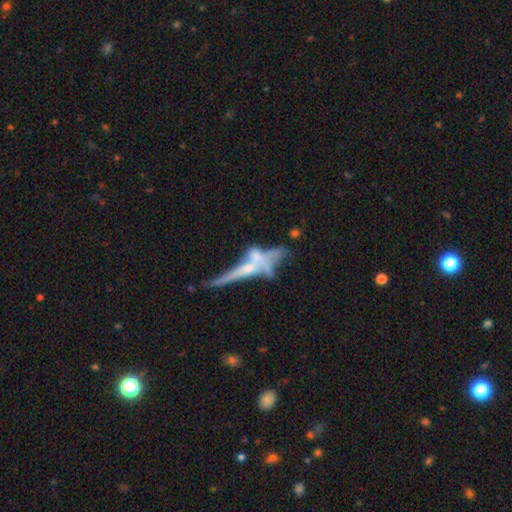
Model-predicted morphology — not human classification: Smooth or featured: featured or disk — 53% (smooth — 37%)
Edge-on disk: yes — 59% (no — 41%)
Merging: merger — 46% (none — 27%)